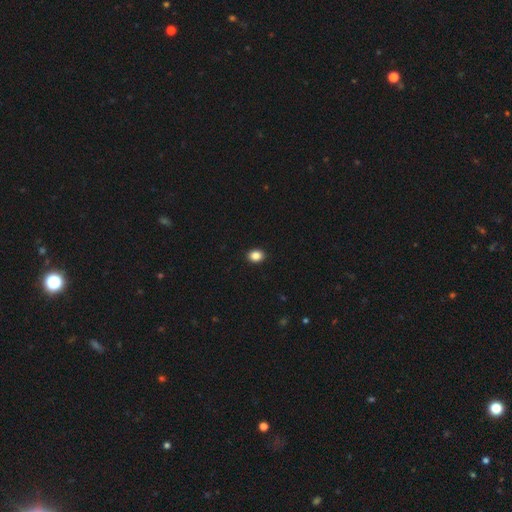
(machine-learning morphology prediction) A smooth galaxy with no disk features (86%) that is round (51%).

Vote fractions:
- Smooth or featured? smooth: 86% / star or artifact: 10% / featured or disk: 4%
- How rounded? round: 51% / in between: 48% / cigar-shaped: 1%
- Merging? none: 92% / minor disturbance: 5% / major disturbance: 2% / merger: 1%